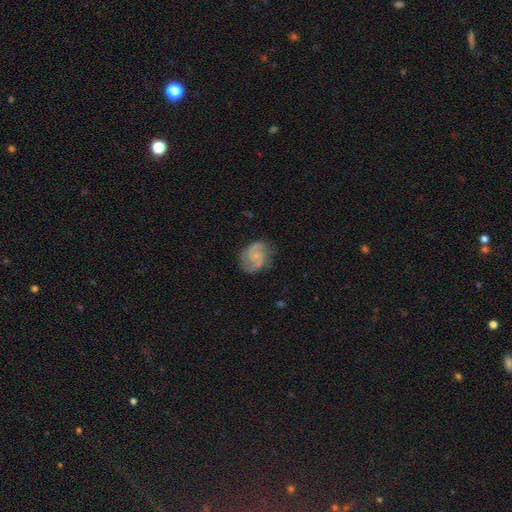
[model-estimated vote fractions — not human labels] Smooth or featured: featured or disk — 70% (smooth — 23%)
Edge-on disk: no — 98% (yes — 2%)
Bar: no — 61% (weak — 34%)
Spiral arms: yes — 91% (no — 9%)
Spiral winding: medium — 51% (tight — 25%)
Spiral arm count: 2 — 80% (can't tell — 9%)
Bulge size: small — 64% (none — 17%)
Merging: none — 68% (minor disturbance — 21%)